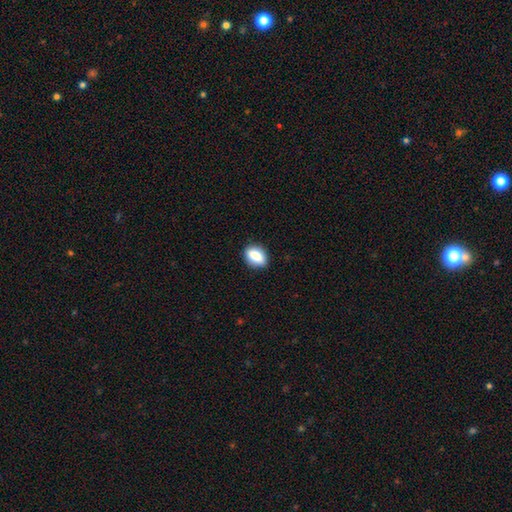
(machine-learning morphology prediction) type=smooth (83%); roundness=in between (79%); merging=none (86%).